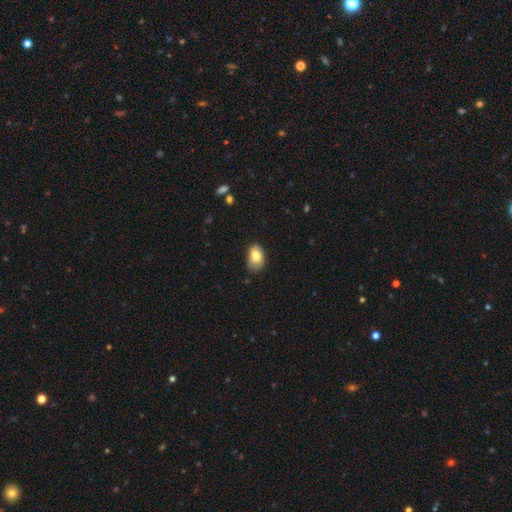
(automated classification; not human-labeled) Smooth or featured? smooth (76%)
How rounded? in between (86%)
Merging? none (53%)